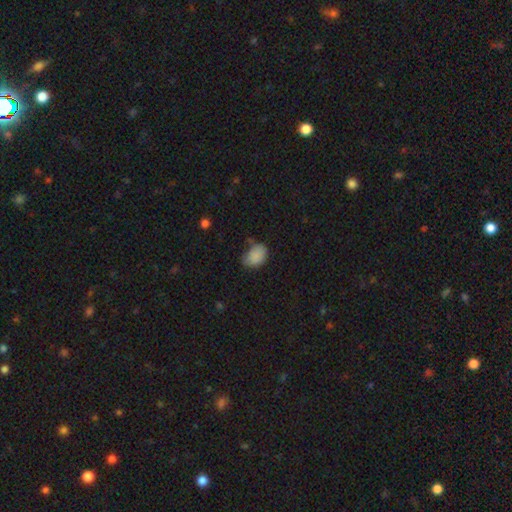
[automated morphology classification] This appears to be a smooth galaxy with no disk features (86%) that is in between round and cigar-shaped (81%). Merging: none (55%).